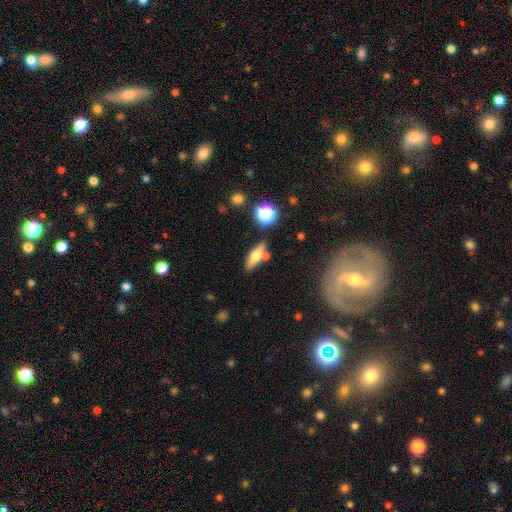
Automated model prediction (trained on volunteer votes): A smooth galaxy with no disk features (54%) that is cigar-shaped (49%). Merging: none (68%).